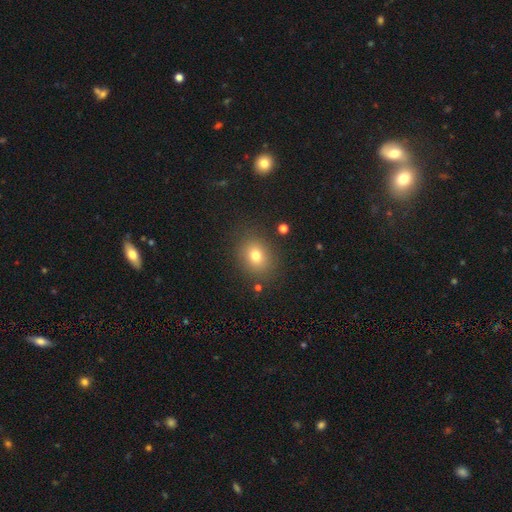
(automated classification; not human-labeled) Morphology: type=smooth (76%); roundness=round (60%); merging=none (84%).